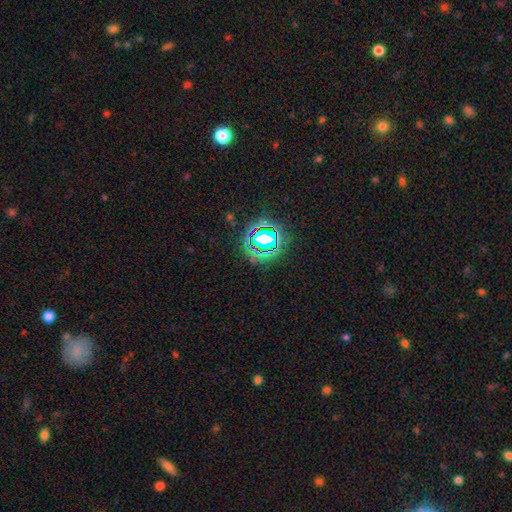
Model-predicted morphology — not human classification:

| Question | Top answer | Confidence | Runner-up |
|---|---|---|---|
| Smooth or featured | star or artifact | 78% | smooth (14%) |